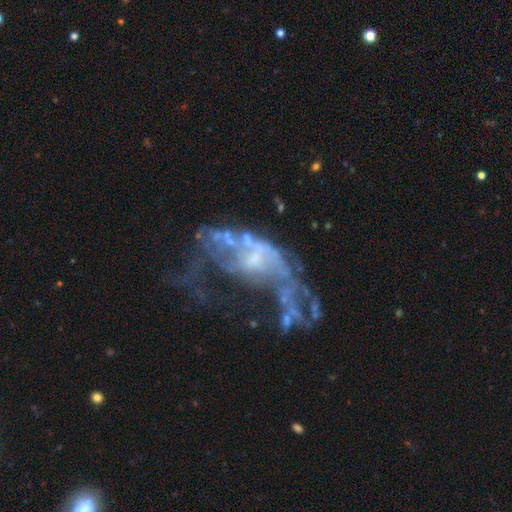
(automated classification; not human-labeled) smooth-or-featured: featured or disk: 70% | star or artifact: 15% | smooth: 14%
  disk-edge-on: no: 95% | yes: 5%
    bar: no: 77% | weak: 17% | strong: 6%
    has-spiral-arms: no: 74% | yes: 26%
    bulge-size: none: 43% | small: 31% | moderate: 21% | large: 4% | dominant: 2%
  merging: major disturbance: 46% | merger: 28% | none: 15% | minor disturbance: 11%